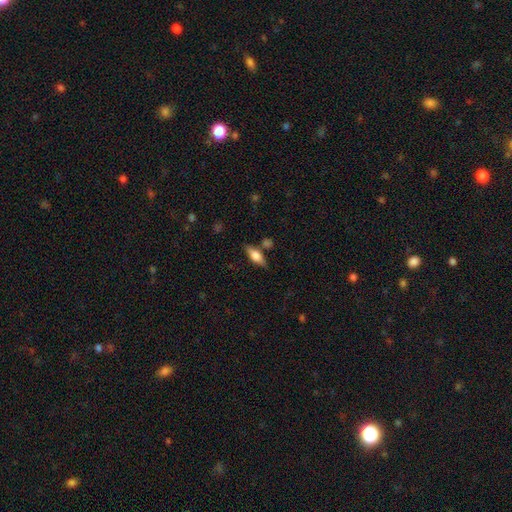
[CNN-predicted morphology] smooth_or_featured: smooth (p=0.65) [alt: featured or disk p=0.28]
how_rounded: in between (p=0.69) [alt: cigar-shaped p=0.27]
merging: none (p=0.76) [alt: minor disturbance p=0.14]